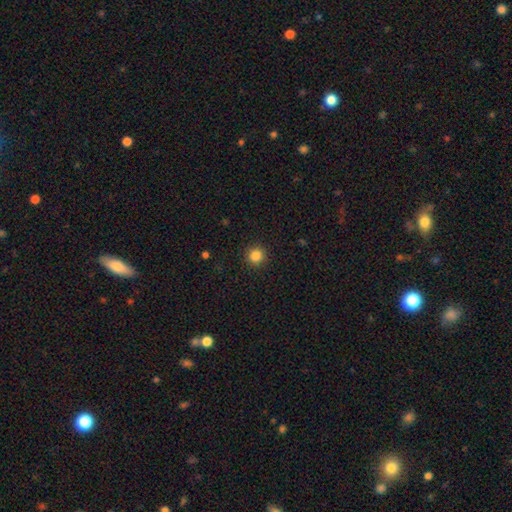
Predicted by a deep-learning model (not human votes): Morphology: type=smooth (85%); roundness=round (94%); merging=none (92%).